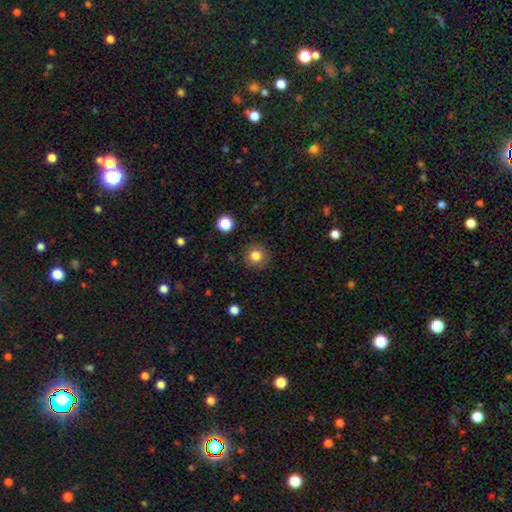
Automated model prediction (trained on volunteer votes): Overall: smooth (82%). How rounded: round (93%). Merging: none (88%).